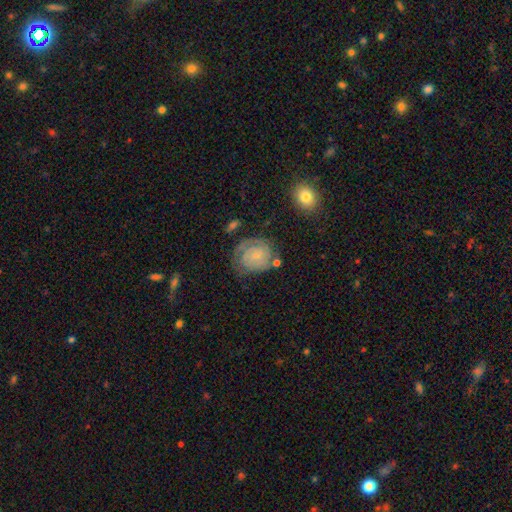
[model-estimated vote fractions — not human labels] This is likely a featured or disk galaxy (64%). It is clearly not viewed edge-on (98%). Bar: likely no (79%). Spiral arm pattern: clearly yes (88%). Spiral arm count: marginally 2 (38%). Spiral winding: likely tight (72%). Central bulge: likely small (77%). Merging: likely none (61%).